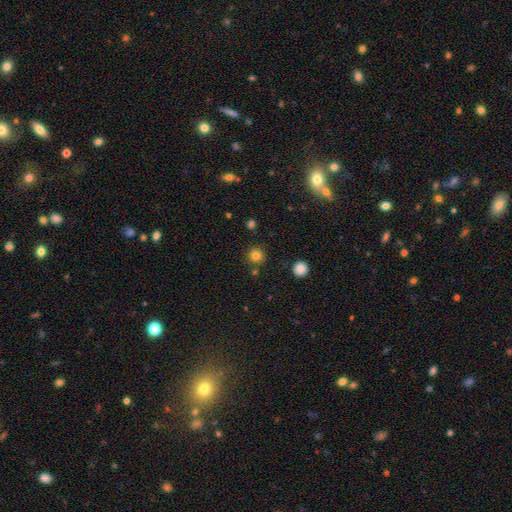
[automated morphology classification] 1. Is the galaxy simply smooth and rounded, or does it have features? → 81% smooth, 14% star or artifact, 5% featured or disk.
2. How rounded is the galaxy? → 94% round, 5% in between, 1% cigar-shaped.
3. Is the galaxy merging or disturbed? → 86% none, 7% minor disturbance, 4% merger, 3% major disturbance.